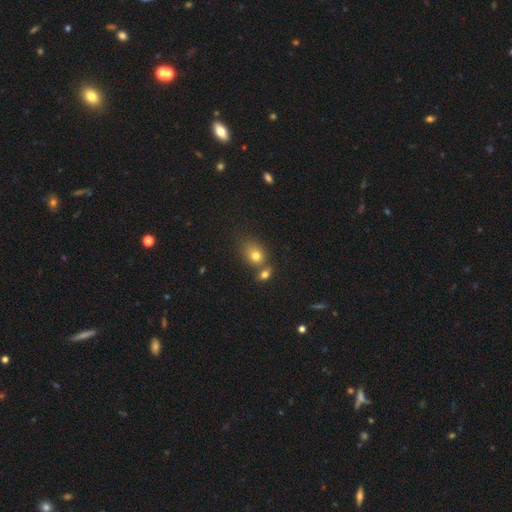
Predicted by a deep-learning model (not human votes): Smooth or featured: smooth — 77% (star or artifact — 12%)
How rounded: in between — 58% (round — 40%)
Merging: none — 41% (tied with merger — 41%)